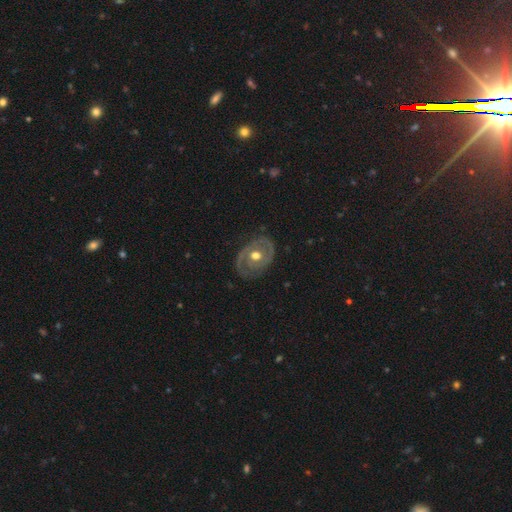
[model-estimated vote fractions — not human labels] smooth-or-featured: featured or disk: 80% | smooth: 15% | star or artifact: 5%
  disk-edge-on: no: 96% | yes: 4%
    bar: no: 74% | weak: 21% | strong: 6%
    has-spiral-arms: yes: 75% | no: 25%
      spiral-winding: tight: 54% | medium: 33% | loose: 13%
      spiral-arm-count: 2: 62% | can't tell: 18% | 1: 10% | 3: 5% | 4: 2% | more than 4: 2%
    bulge-size: moderate: 80% | large: 11% | small: 7% | dominant: 1% | none: 1%
  merging: none: 75% | minor disturbance: 18% | major disturbance: 7% | merger: 1%